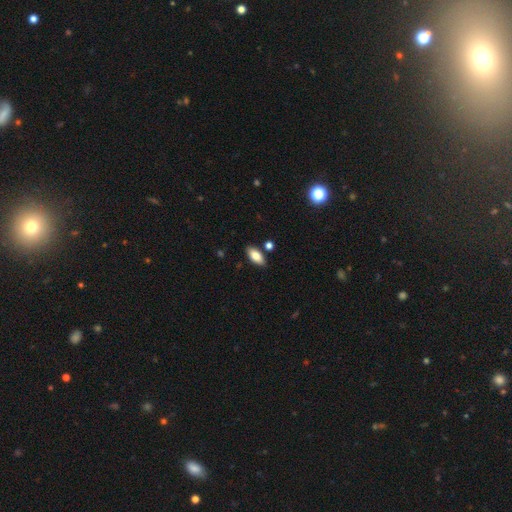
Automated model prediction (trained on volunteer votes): Smooth or featured: smooth — 82% (featured or disk — 11%)
How rounded: in between — 90% (cigar-shaped — 8%)
Merging: none — 85% (minor disturbance — 10%)